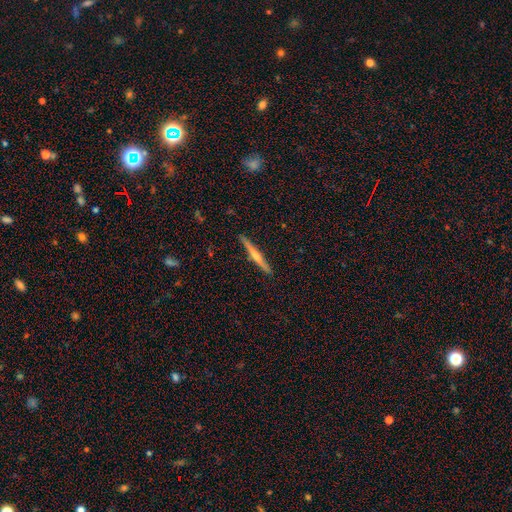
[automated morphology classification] A featured or disk galaxy (66%) viewed edge-on (98%) with a rounded central bulge (80%).

Vote fractions:
- Smooth or featured? featured or disk: 66% / smooth: 28% / star or artifact: 6%
- Edge-on disk? yes: 98% / no: 2%
- Edge-on bulge? rounded: 80% / none: 15% / boxy: 5%
- Merging? none: 91% / minor disturbance: 7% / major disturbance: 1% / merger: 1%